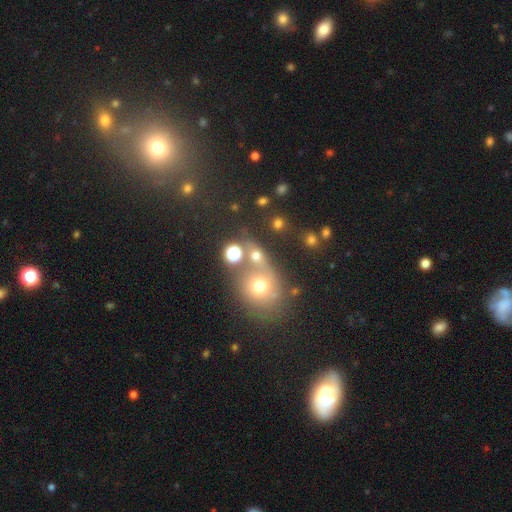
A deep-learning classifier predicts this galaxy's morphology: type=smooth (64%); roundness=round (72%); merging=none (45%).